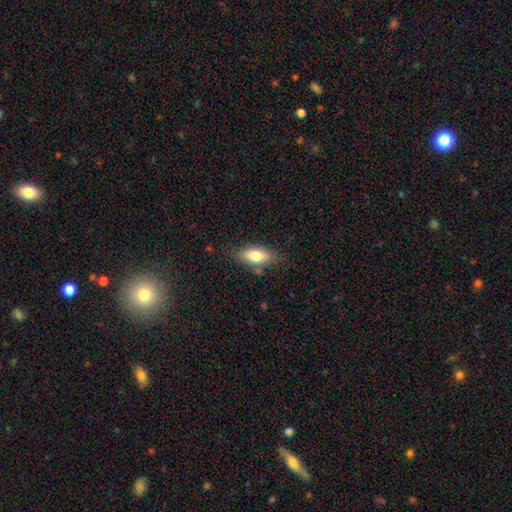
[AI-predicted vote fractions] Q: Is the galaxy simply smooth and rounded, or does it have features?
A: smooth — 76%.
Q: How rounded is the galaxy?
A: in between — 82%.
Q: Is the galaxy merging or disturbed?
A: none — 75%.